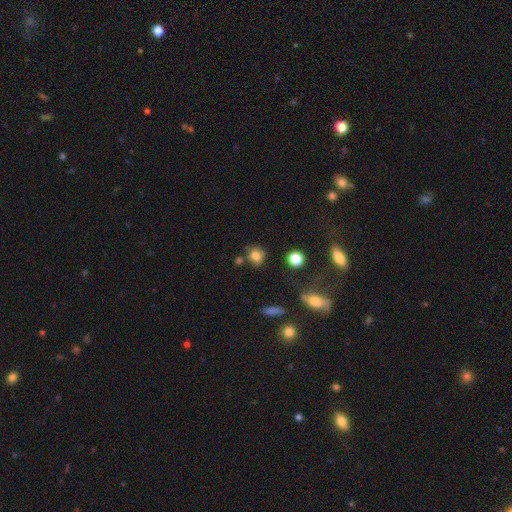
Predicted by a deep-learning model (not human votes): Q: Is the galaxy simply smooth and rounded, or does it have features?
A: smooth — 77%.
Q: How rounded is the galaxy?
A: round — 71%.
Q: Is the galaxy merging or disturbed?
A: none — 67%.